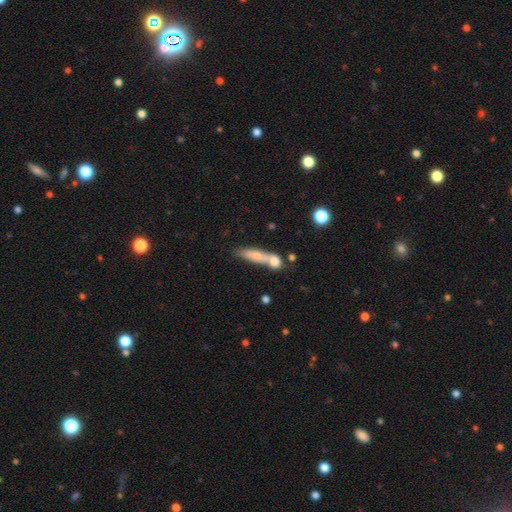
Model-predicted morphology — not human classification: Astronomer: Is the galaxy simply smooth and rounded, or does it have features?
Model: smooth — 68%.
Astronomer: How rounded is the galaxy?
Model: cigar-shaped — 66%.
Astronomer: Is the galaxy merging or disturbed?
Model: merger — 48% (runner-up: none, 34%).